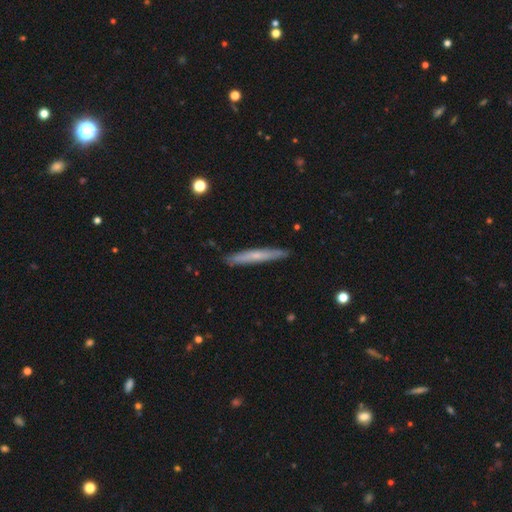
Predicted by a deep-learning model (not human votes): A smooth galaxy with no disk features (53%) that is cigar-shaped (95%). Merging: none (88%).